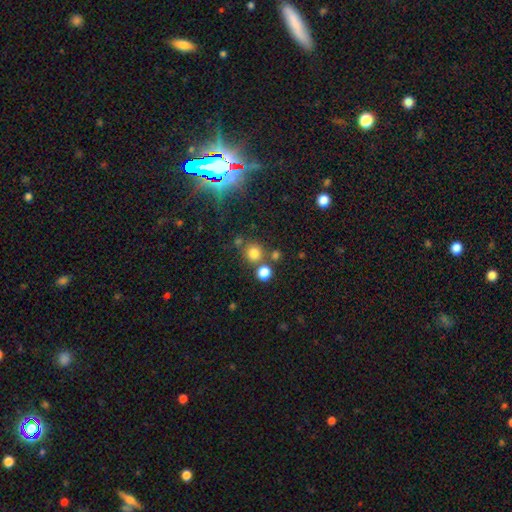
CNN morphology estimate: The model was most divided on "smooth or featured": smooth: 53%, star or artifact: 39%, featured or disk: 8%. More confident: how rounded — round (90%); merging — none (77%).